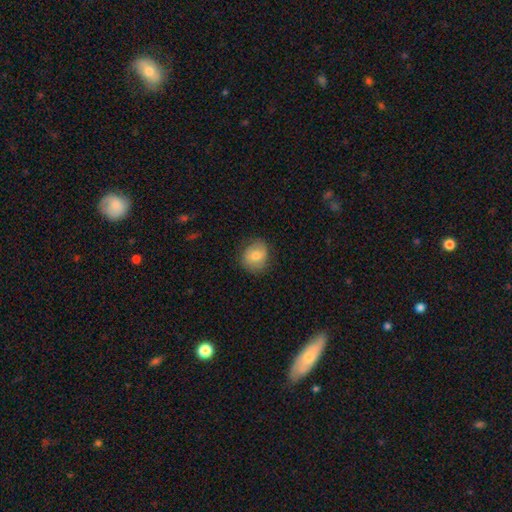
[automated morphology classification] type=smooth (72%); roundness=round (69%); merging=none (78%).